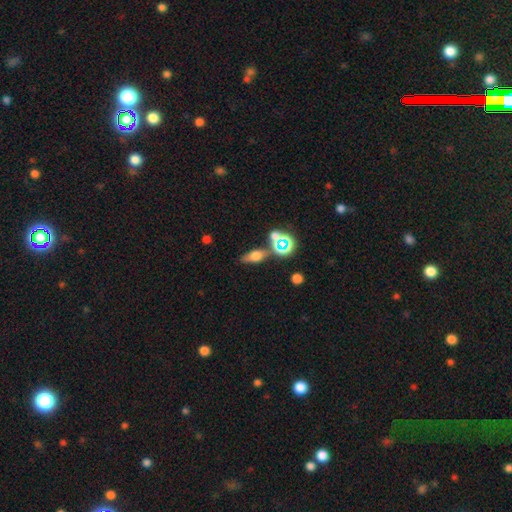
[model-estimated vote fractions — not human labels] smooth 51%, featured or disk 30%, star or artifact 20%. Down the decision tree: how rounded — in between (62%); merging — none (66%).